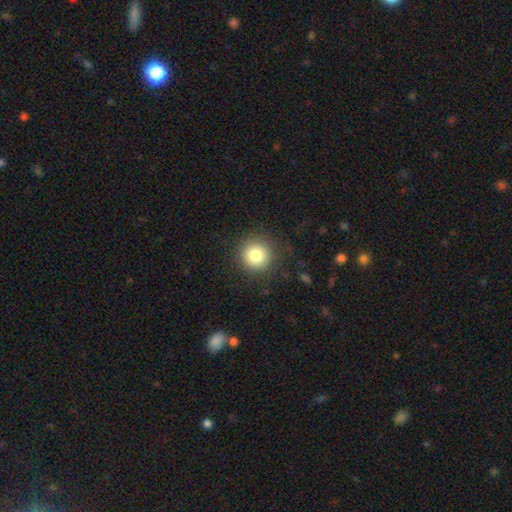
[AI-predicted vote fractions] This appears to be a smooth galaxy with no disk features (82%) that is round (94%). Merging: none (90%).